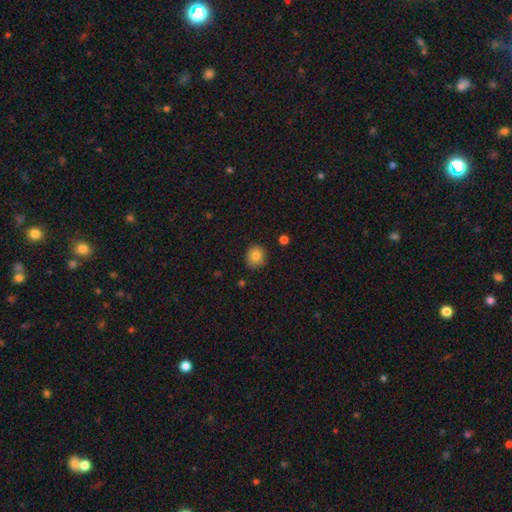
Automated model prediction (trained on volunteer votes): Overall: smooth (82%). How rounded: round (74%). Merging: none (83%).